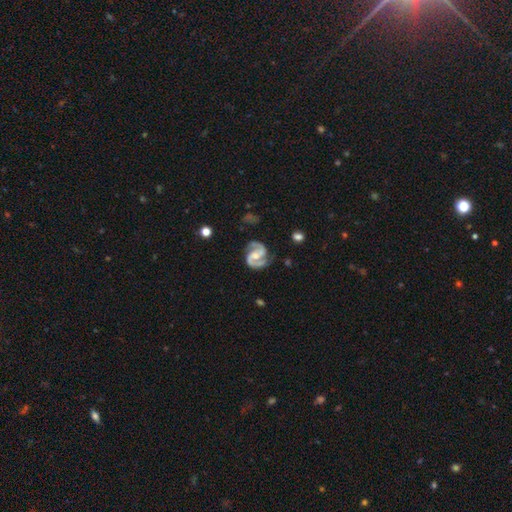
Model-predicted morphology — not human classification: Smooth or featured? Predicted: featured or disk (p=0.93). Edge-on disk? Predicted: no (p=0.98). Bar? Predicted: weak (p=0.43). Spiral arms? Predicted: yes (p=0.98). Spiral winding? Predicted: medium (p=0.59). Spiral arm count? Predicted: 2 (p=0.94). Bulge size? Predicted: moderate (p=0.46). Merging? Predicted: none (p=0.77).